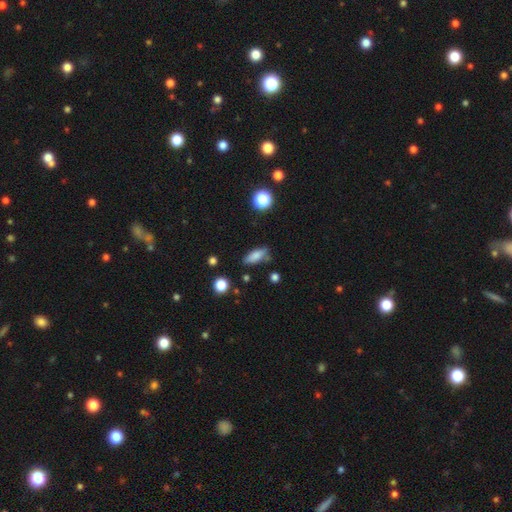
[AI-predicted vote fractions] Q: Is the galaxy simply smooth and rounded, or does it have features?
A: smooth — 77%.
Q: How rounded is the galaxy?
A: in between — 67%.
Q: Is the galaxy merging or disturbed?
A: none — 70%.